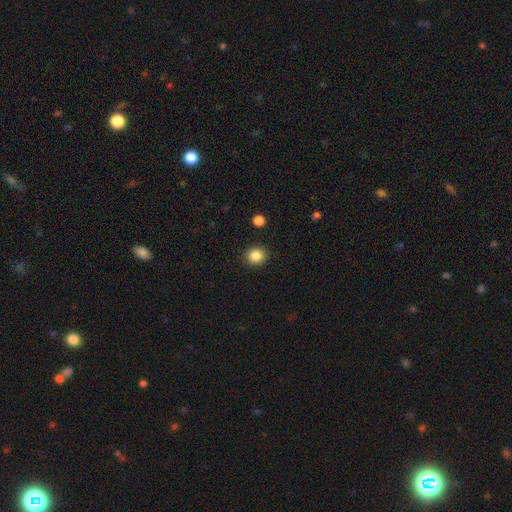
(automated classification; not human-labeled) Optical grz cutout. It shows a smooth galaxy with no disk features (85%) that is round (80%). Merging: none (89%).